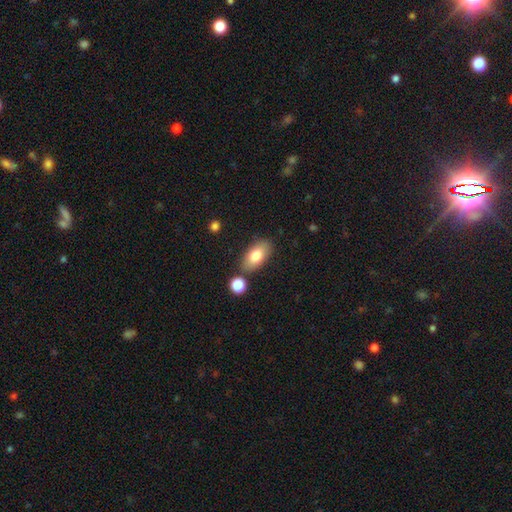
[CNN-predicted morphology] Smooth or featured?
  - smooth: 79% *
  - featured or disk: 14%
  - star or artifact: 7%
How rounded?
  - in between: 91% *
  - round: 5%
  - cigar-shaped: 4%
Merging?
  - none: 79% *
  - minor disturbance: 11%
  - merger: 7%
  - major disturbance: 3%